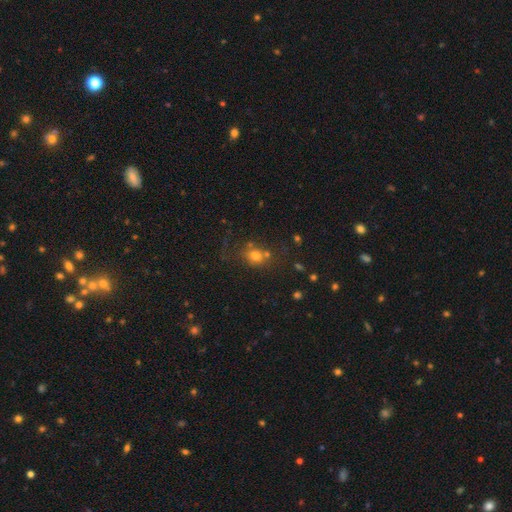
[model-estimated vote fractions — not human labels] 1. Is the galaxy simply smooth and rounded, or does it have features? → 70% smooth, 19% star or artifact, 12% featured or disk.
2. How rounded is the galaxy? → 70% round, 28% in between, 1% cigar-shaped.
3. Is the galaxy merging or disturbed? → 57% none, 19% merger, 15% minor disturbance, 9% major disturbance.